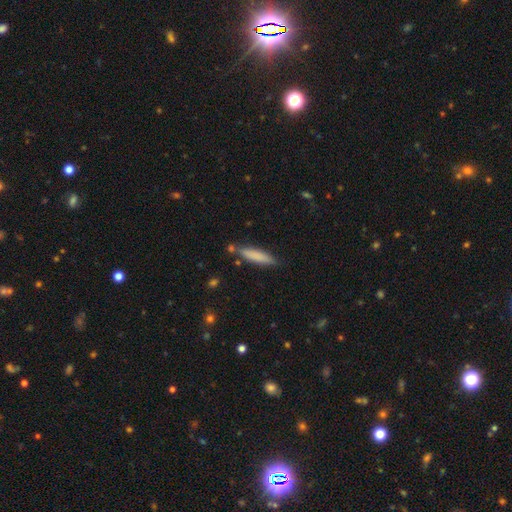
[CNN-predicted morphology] Overall: smooth (81%). How rounded: cigar-shaped (81%). Merging: none (79%).